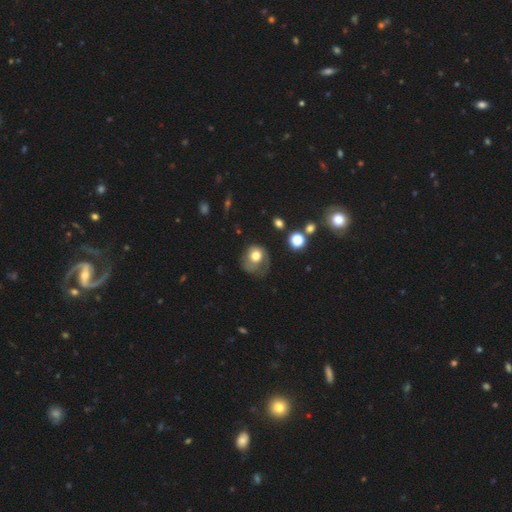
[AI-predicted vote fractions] Smooth or featured? Predicted: smooth (p=0.61). How rounded? Predicted: round (p=0.72). Merging? Predicted: none (p=0.35).